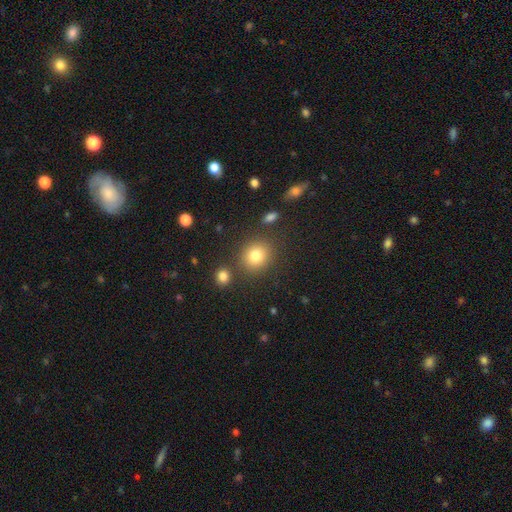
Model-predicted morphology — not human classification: smooth-or-featured: smooth: 80% | star or artifact: 12% | featured or disk: 8%
  how-rounded: round: 79% | in between: 20% | cigar-shaped: 1%
  merging: none: 81% | minor disturbance: 9% | merger: 7% | major disturbance: 4%